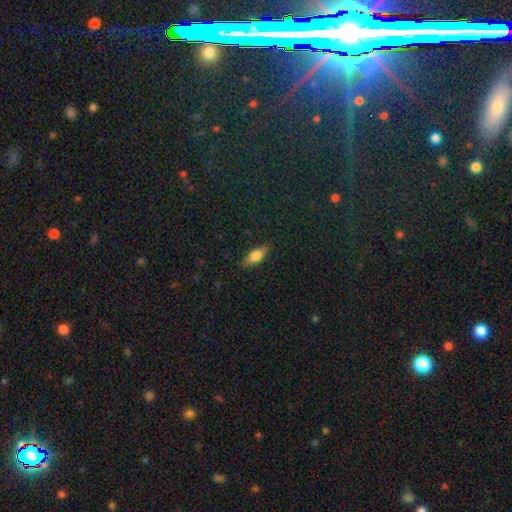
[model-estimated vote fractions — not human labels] Morphology: type=smooth (68%); roundness=in between (65%); merging=none (85%).